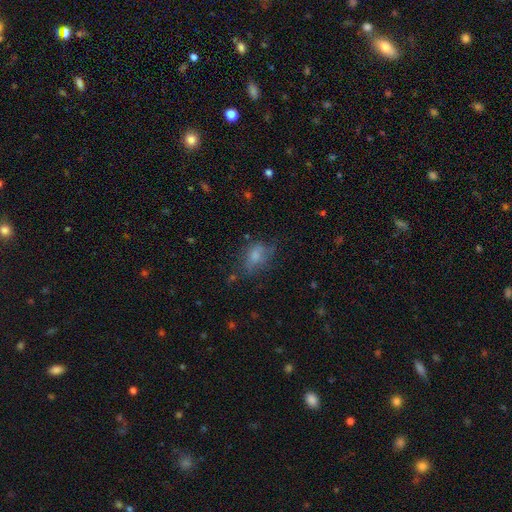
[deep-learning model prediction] A smooth galaxy with no disk features (63%) that is in between round and cigar-shaped (72%). Merging: none (46%).